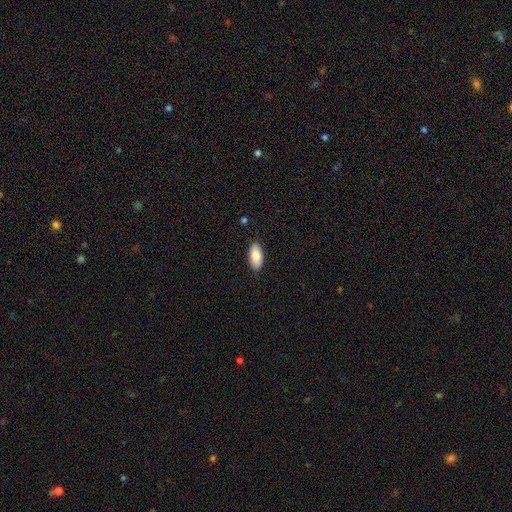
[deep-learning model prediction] Overall: smooth (83%). How rounded: in between (90%). Merging: none (87%).